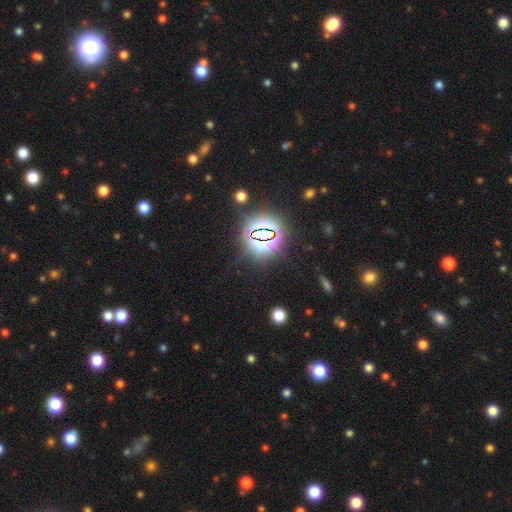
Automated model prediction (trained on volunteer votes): star or artifact 80%, smooth 13%, featured or disk 7%.